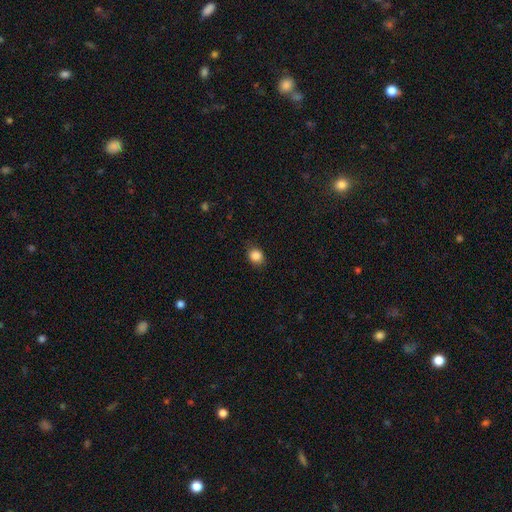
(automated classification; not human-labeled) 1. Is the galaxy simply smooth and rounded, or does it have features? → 87% smooth, 10% star or artifact, 4% featured or disk.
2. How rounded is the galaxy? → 62% round, 37% in between, 1% cigar-shaped.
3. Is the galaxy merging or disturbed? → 85% none, 11% minor disturbance, 3% major disturbance, 1% merger.